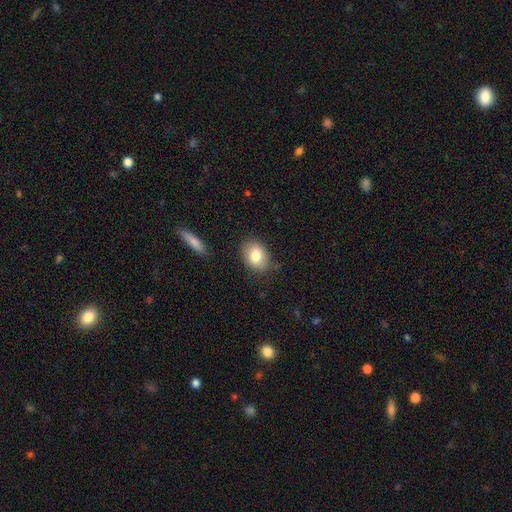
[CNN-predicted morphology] Smooth or featured?
  - smooth: 82% *
  - featured or disk: 11%
  - star or artifact: 8%
How rounded?
  - in between: 69% *
  - round: 30%
  - cigar-shaped: 1%
Merging?
  - none: 80% *
  - minor disturbance: 15%
  - major disturbance: 3%
  - merger: 2%